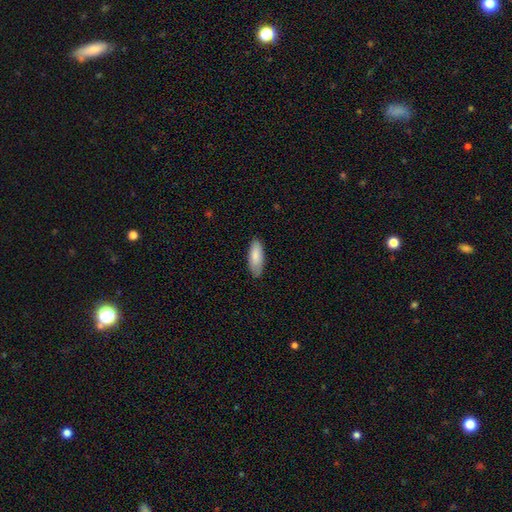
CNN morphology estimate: A smooth galaxy with no disk features (86%) that is in between round and cigar-shaped (76%).

Vote fractions:
- Smooth or featured? smooth: 86% / featured or disk: 9% / star or artifact: 5%
- How rounded? in between: 76% / cigar-shaped: 22% / round: 2%
- Merging? none: 81% / minor disturbance: 16% / major disturbance: 2% / merger: 1%